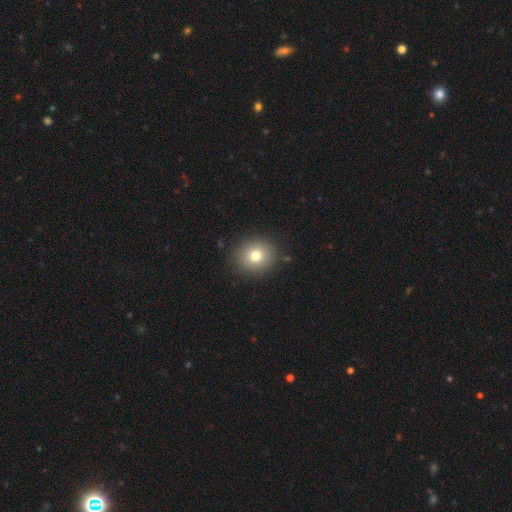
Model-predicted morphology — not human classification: A smooth galaxy with no disk features (77%) that is round (85%).

Vote fractions:
- Smooth or featured? smooth: 77% / star or artifact: 12% / featured or disk: 11%
- How rounded? round: 85% / in between: 14% / cigar-shaped: 1%
- Merging? none: 88% / minor disturbance: 8% / major disturbance: 3% / merger: 1%